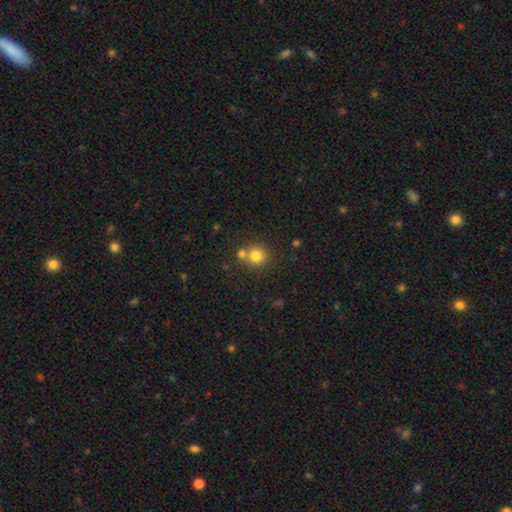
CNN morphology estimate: type=smooth (79%); roundness=round (89%); merging=none (63%).